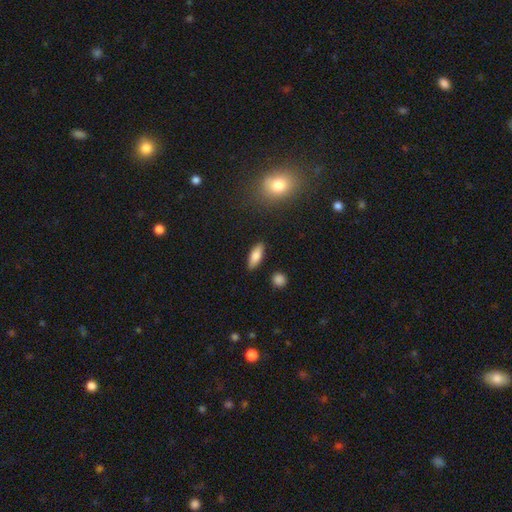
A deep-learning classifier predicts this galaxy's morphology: smooth-or-featured: smooth: 80% | featured or disk: 13% | star or artifact: 7%
  how-rounded: in between: 71% | cigar-shaped: 26% | round: 3%
  merging: none: 88% | minor disturbance: 8% | major disturbance: 2% | merger: 2%